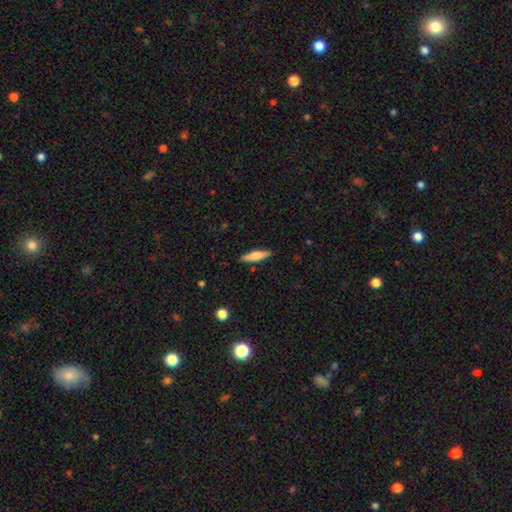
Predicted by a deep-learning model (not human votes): Smooth or featured? Predicted: smooth (p=0.67). How rounded? Predicted: cigar-shaped (p=0.78). Merging? Predicted: none (p=0.88).